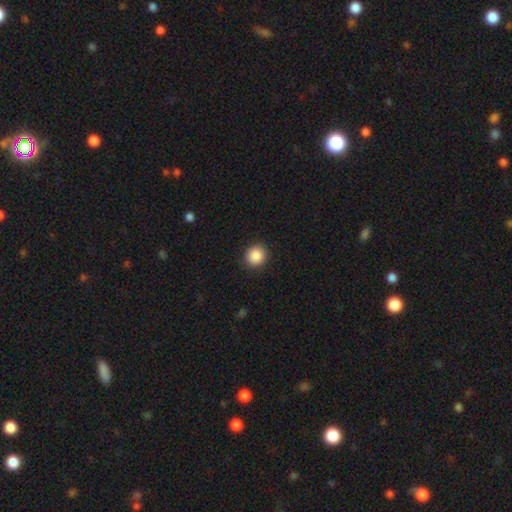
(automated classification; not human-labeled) Overall: smooth (88%). How rounded: round (89%). Merging: none (90%).